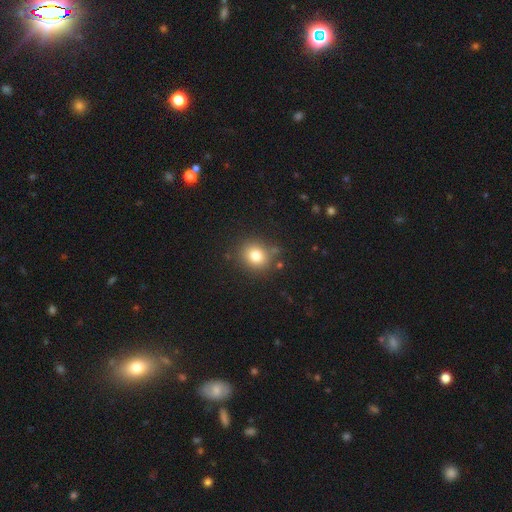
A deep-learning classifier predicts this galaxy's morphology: smooth_or_featured: smooth (p=0.78) [alt: star or artifact p=0.13]
how_rounded: round (p=0.76) [alt: in between p=0.23]
merging: none (p=0.83) [alt: minor disturbance p=0.10]